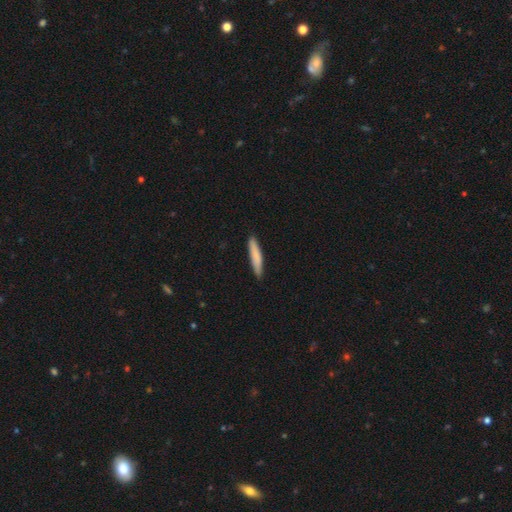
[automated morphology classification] Q: Smooth or featured?
A: smooth (81%); runner-up: featured or disk (13%)
Q: How rounded?
A: cigar-shaped (90%); runner-up: in between (9%)
Q: Merging?
A: none (88%); runner-up: minor disturbance (10%)